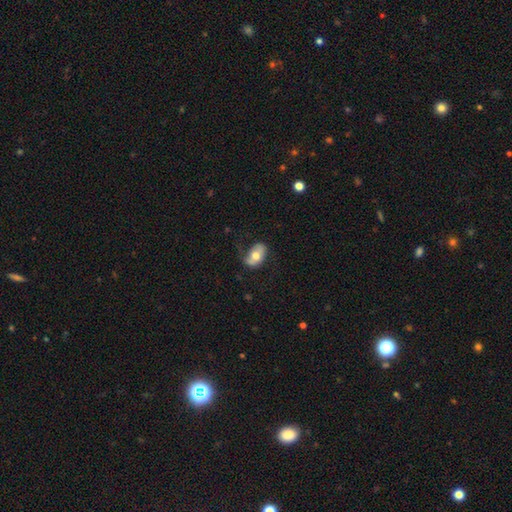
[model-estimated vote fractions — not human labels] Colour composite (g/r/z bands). It shows a smooth galaxy with no disk features (60%) that is in between round and cigar-shaped (89%). Merging: none (54%).